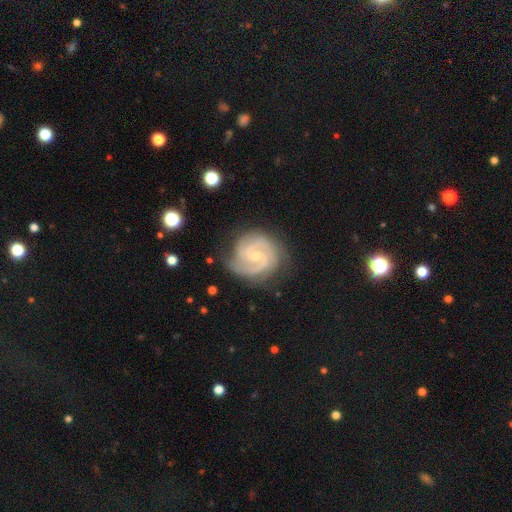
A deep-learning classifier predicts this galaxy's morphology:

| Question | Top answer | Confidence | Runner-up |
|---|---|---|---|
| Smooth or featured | featured or disk | 89% | smooth (6%) |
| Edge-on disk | no | 98% | yes (2%) |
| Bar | weak | 48% | no (38%) |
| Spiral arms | yes | 98% | no (2%) |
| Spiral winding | tight | 50% | medium (43%) |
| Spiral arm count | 2 | 64% | 3 (19%) |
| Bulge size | small | 67% | moderate (29%) |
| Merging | none | 77% | minor disturbance (16%) |